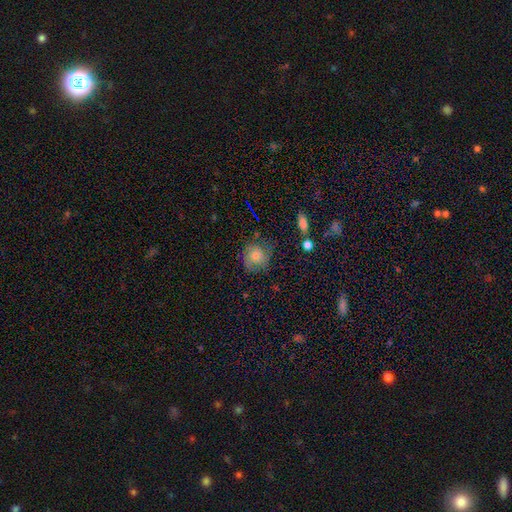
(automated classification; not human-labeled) smooth-or-featured: featured or disk: 43% | smooth: 42% | star or artifact: 15%
  merging: none: 71% | minor disturbance: 19% | major disturbance: 8% | merger: 2%